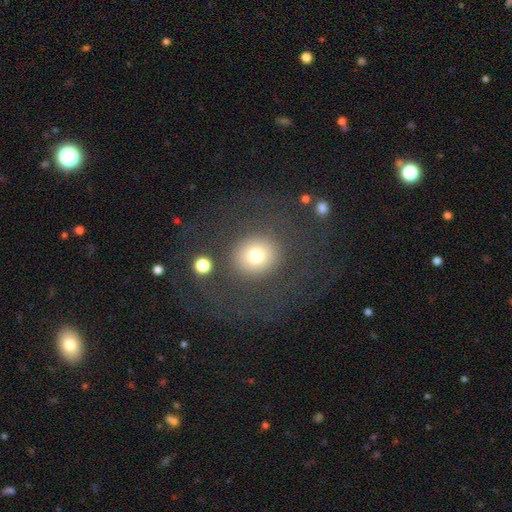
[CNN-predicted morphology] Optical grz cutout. It shows a smooth galaxy with no disk features (74%) that is round (85%). Merging: none (79%).